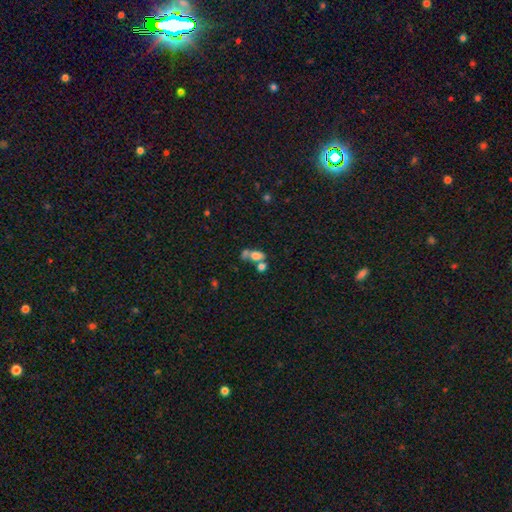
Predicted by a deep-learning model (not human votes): The model was most divided on "merging": merger: 49%, none: 31%, minor disturbance: 11%, major disturbance: 9%. More confident: how rounded — in between (77%); smooth or featured — smooth (68%).